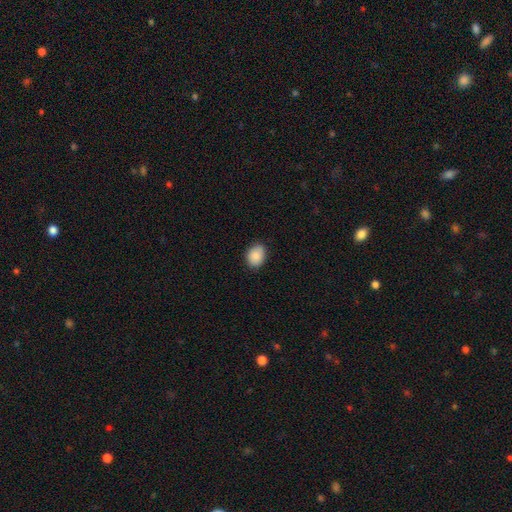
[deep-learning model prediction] smooth-or-featured: smooth: 87% | star or artifact: 8% | featured or disk: 6%
  how-rounded: in between: 54% | round: 45% | cigar-shaped: 1%
  merging: none: 81% | minor disturbance: 16% | major disturbance: 2% | merger: 1%